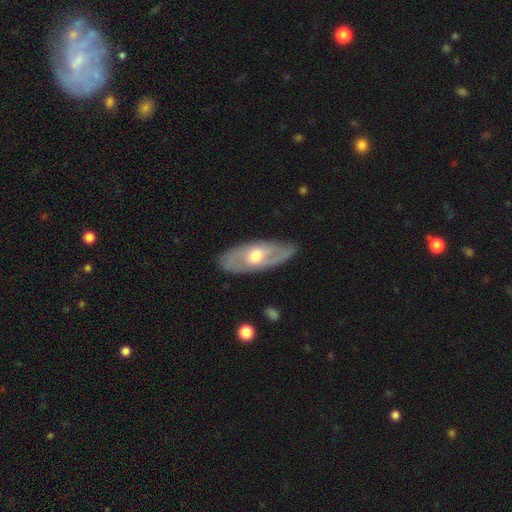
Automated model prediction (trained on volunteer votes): Morphology: type=featured or disk (69%); edge-on=no (85%); bar=no (56%); spiral arms=yes (71%); bulge=moderate (72%); merging=none (81%).